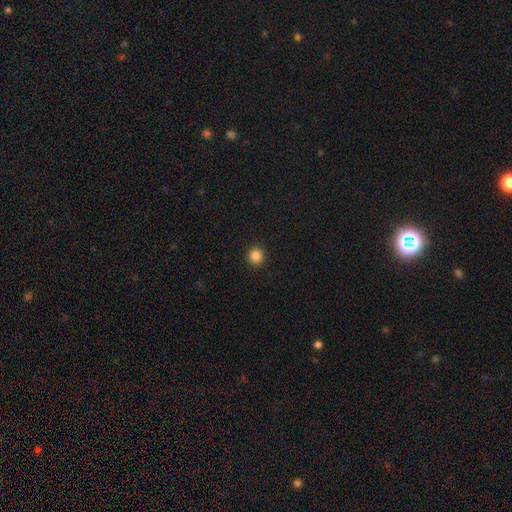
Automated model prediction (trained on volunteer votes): Overall: smooth (86%). How rounded: round (93%). Merging: none (92%).